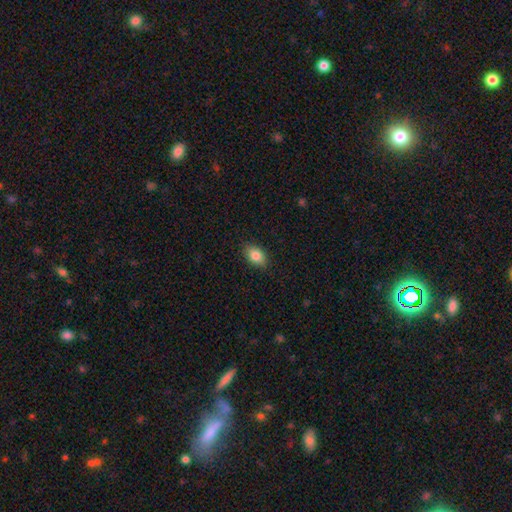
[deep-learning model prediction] Overall: smooth (85%). How rounded: in between (86%). Merging: none (87%).